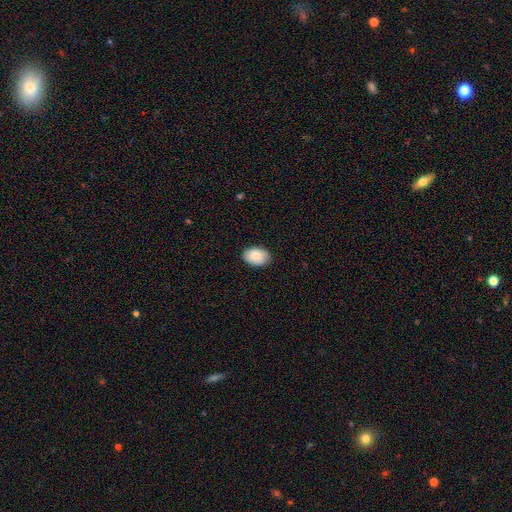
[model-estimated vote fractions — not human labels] Q: Smooth or featured?
A: smooth (86%); runner-up: featured or disk (7%)
Q: How rounded?
A: in between (87%); runner-up: round (11%)
Q: Merging?
A: none (87%); runner-up: minor disturbance (10%)